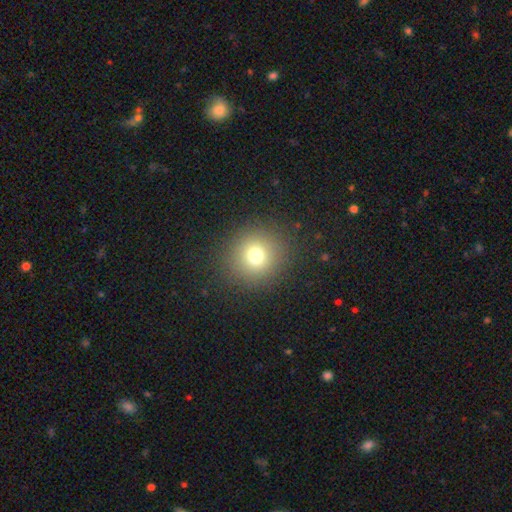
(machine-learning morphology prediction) The model was most divided on "smooth or featured": smooth: 74%, star or artifact: 17%, featured or disk: 9%. More confident: how rounded — round (93%); merging — none (89%).